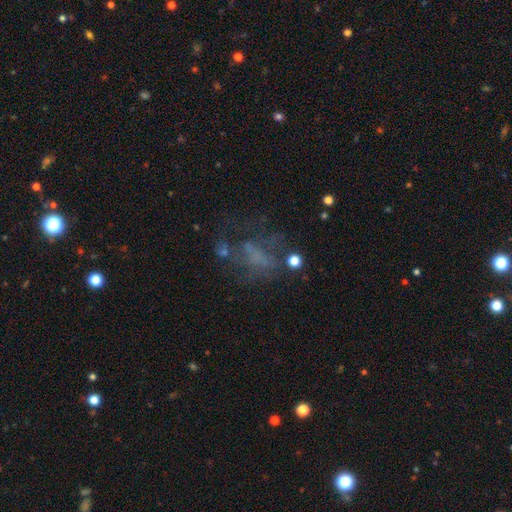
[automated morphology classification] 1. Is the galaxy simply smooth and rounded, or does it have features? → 43% featured or disk, 29% star or artifact, 28% smooth.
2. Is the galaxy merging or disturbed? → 42% none, 33% major disturbance, 17% minor disturbance, 7% merger.